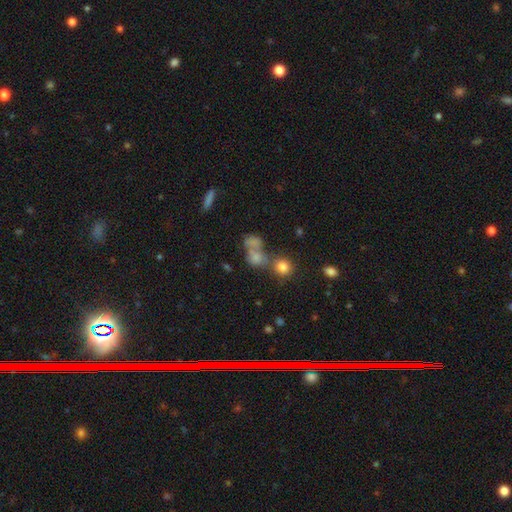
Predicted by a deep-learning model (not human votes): A smooth galaxy with no disk features (66%) that is in between round and cigar-shaped (50%). Merging: merger (53%).